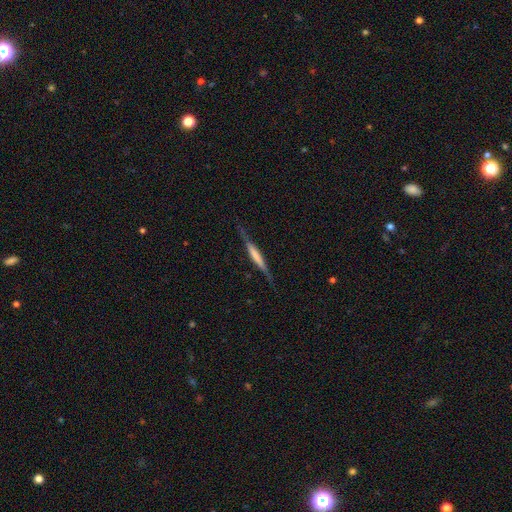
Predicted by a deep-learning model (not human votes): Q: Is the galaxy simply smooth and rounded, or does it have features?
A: featured or disk — 58%.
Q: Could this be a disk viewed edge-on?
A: yes — 95%.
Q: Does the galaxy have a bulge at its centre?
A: none — 43%.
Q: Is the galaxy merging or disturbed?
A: none — 79%.